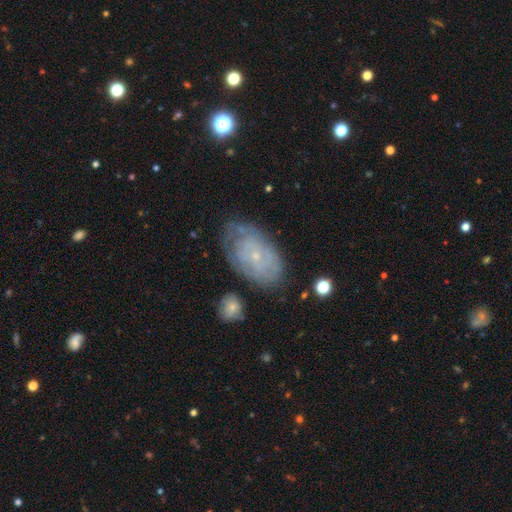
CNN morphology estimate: Q: Smooth or featured?
A: featured or disk (68%); runner-up: smooth (24%)
Q: Edge-on disk?
A: no (95%); runner-up: yes (5%)
Q: Bar?
A: no (79%); runner-up: weak (18%)
Q: Spiral arms?
A: yes (78%); runner-up: no (22%)
Q: Spiral winding?
A: tight (73%); runner-up: medium (20%)
Q: Spiral arm count?
A: can't tell (62%); runner-up: 2 (14%)
Q: Bulge size?
A: small (83%); runner-up: moderate (12%)
Q: Merging?
A: none (68%); runner-up: minor disturbance (21%)